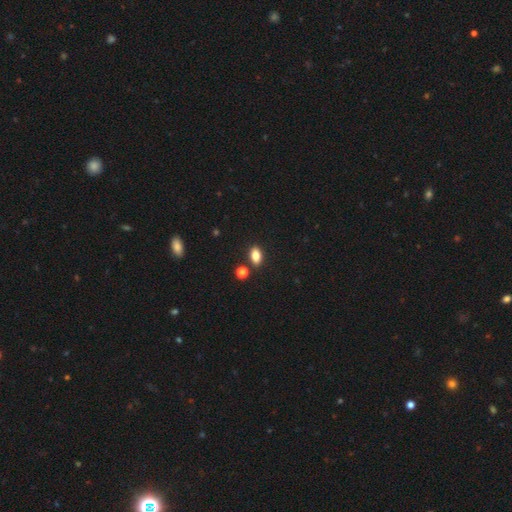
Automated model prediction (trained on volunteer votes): A smooth galaxy with no disk features (82%) that is in between round and cigar-shaped (86%).

Vote fractions:
- Smooth or featured? smooth: 82% / star or artifact: 10% / featured or disk: 8%
- How rounded? in between: 86% / round: 10% / cigar-shaped: 4%
- Merging? none: 82% / minor disturbance: 9% / merger: 7% / major disturbance: 2%